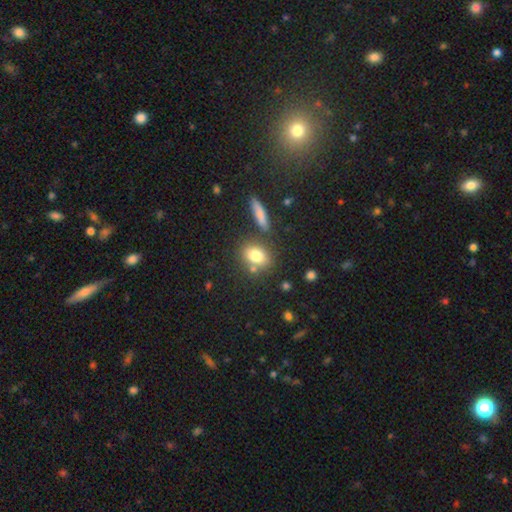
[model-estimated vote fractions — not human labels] Smooth or featured: smooth — 80% (featured or disk — 10%)
How rounded: in between — 63% (round — 34%)
Merging: none — 70% (merger — 14%)